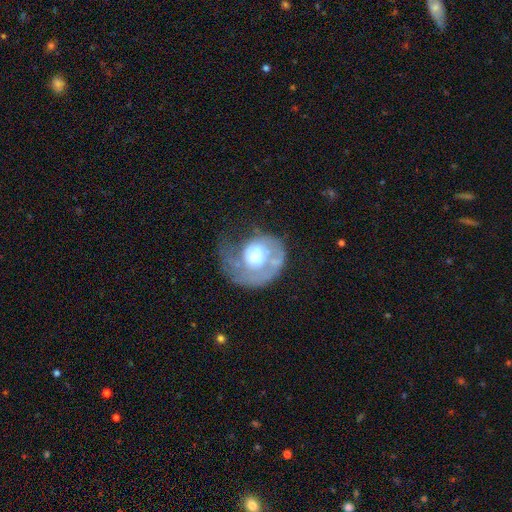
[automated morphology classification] Smooth or featured? featured or disk (68%)
Edge-on disk? no (98%)
Bar? no (73%)
Spiral arms? yes (71%)
Bulge size? moderate (52%)
Merging? major disturbance (43%)